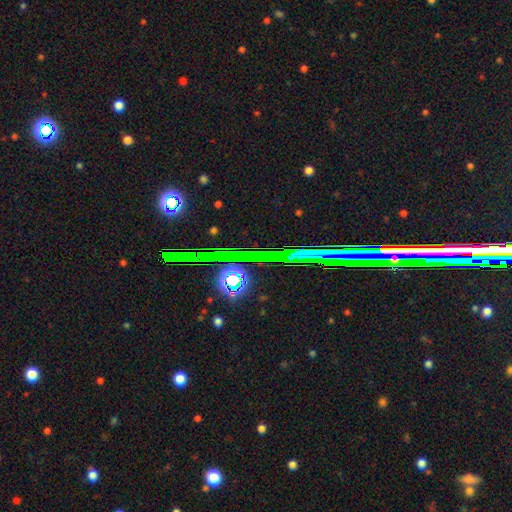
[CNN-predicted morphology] This is likely a star or artifact rather than a galaxy (76%).